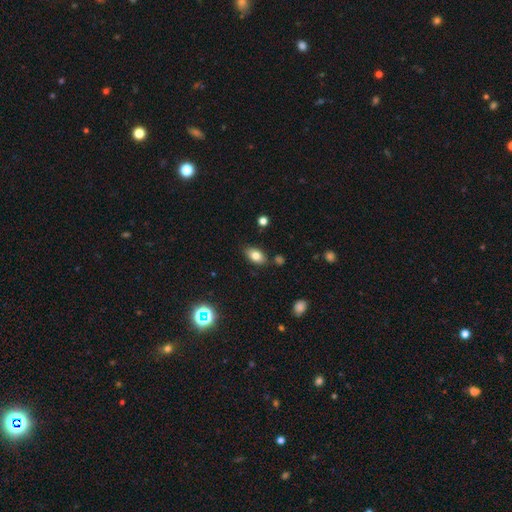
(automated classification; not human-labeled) Smooth or featured? smooth (78%)
How rounded? in between (90%)
Merging? none (82%)